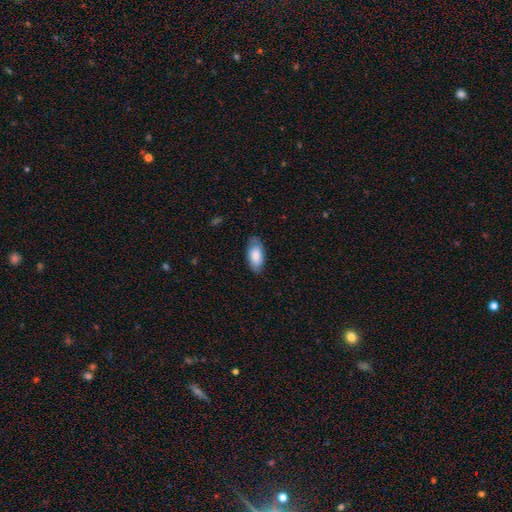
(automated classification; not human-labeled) smooth 80%, featured or disk 14%, star or artifact 6%. Down the decision tree: how rounded — in between (91%); merging — none (78%).